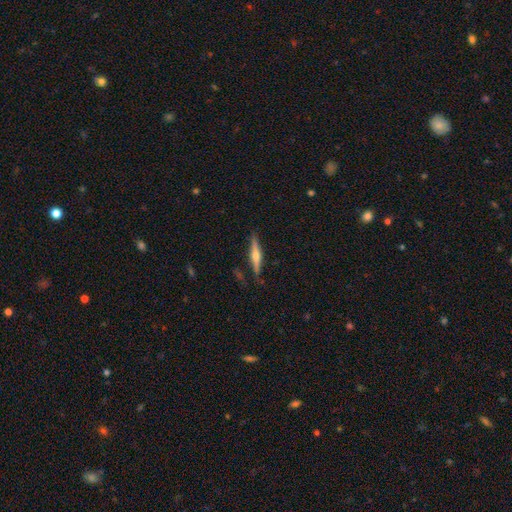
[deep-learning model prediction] This appears to be a featured or disk galaxy (66%) viewed edge-on (97%) with a rounded central bulge (90%). Merging: none (85%).